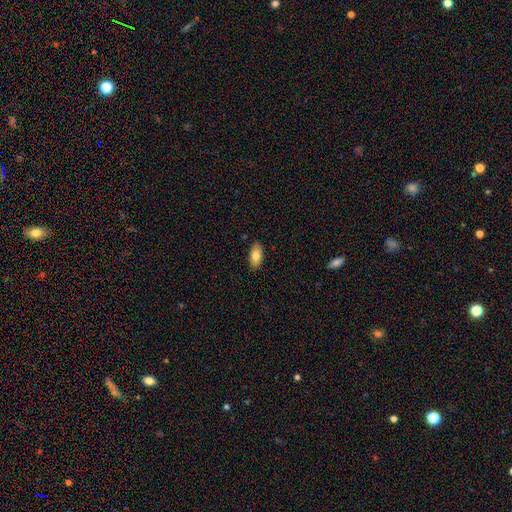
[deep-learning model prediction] smooth 80%, featured or disk 13%, star or artifact 7%. Down the decision tree: how rounded — in between (90%); merging — none (88%).